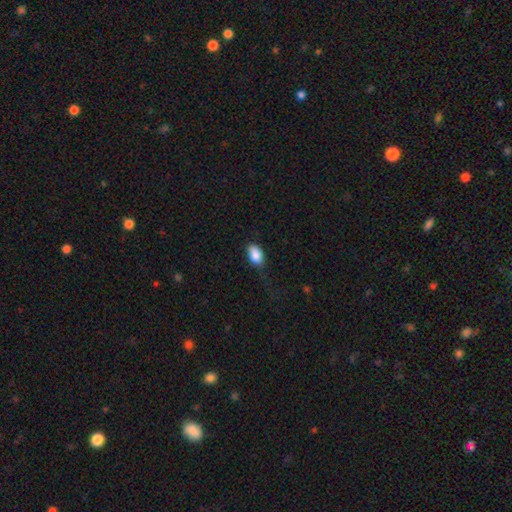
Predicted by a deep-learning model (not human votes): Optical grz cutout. It shows a smooth galaxy with no disk features (86%) that is in between round and cigar-shaped (91%). Merging: none (60%).